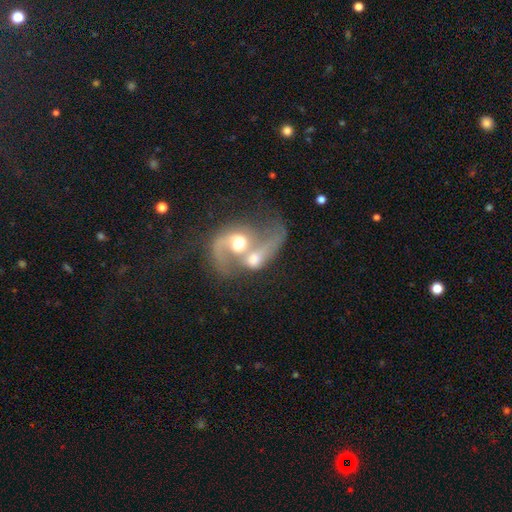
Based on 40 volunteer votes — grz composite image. It shows a featured or disk galaxy (65%) with no bar (69%), 2 (78%) medium (44%, tied with loose) spiral arms (69%) and a moderate central bulge (69%). Merging: merger (84%).